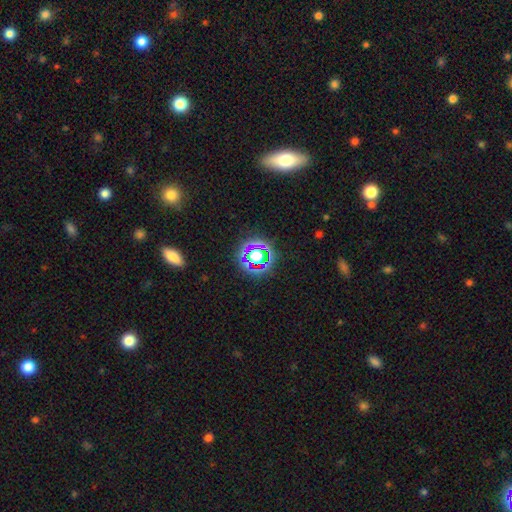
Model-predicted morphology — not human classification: Smooth or featured? star or artifact (53%)